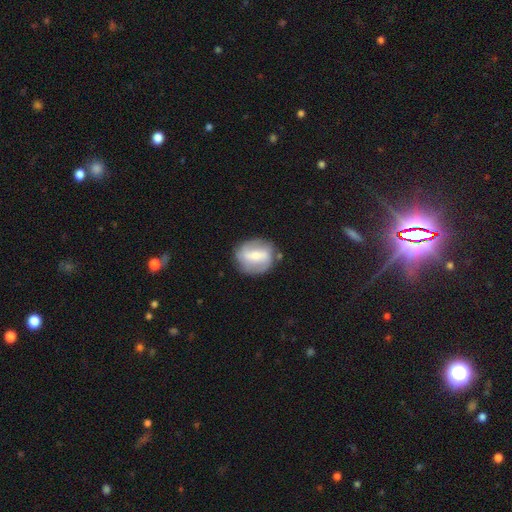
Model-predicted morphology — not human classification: smooth-or-featured: featured or disk: 55% | smooth: 38% | star or artifact: 7%
  disk-edge-on: no: 94% | yes: 6%
    bar: strong: 43% | weak: 38% | no: 20%
    has-spiral-arms: yes: 58% | no: 42%
    bulge-size: moderate: 48% | small: 40% | large: 7% | none: 4% | dominant: 1%
  merging: none: 75% | minor disturbance: 16% | major disturbance: 6% | merger: 3%